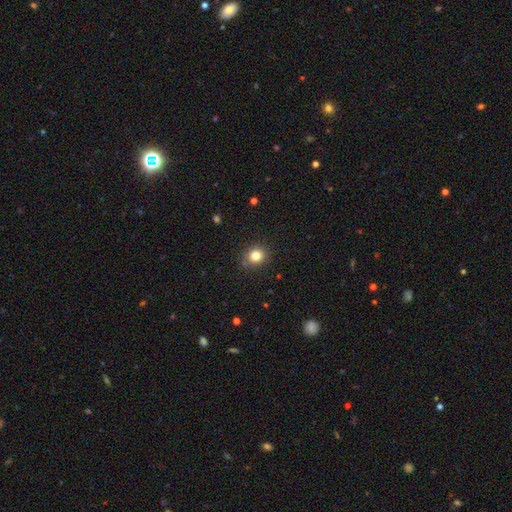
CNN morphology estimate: smooth-or-featured: smooth: 81% | star or artifact: 13% | featured or disk: 6%
  how-rounded: round: 82% | in between: 17% | cigar-shaped: 1%
  merging: none: 85% | minor disturbance: 10% | major disturbance: 3% | merger: 2%